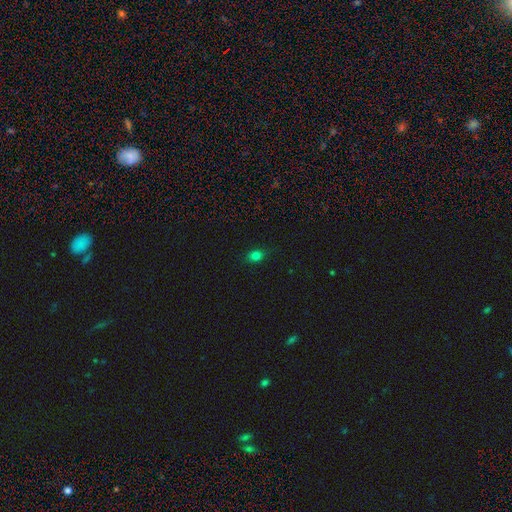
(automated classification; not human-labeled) Overall: smooth (78%). How rounded: in between (59%; round 39%). Merging: none (83%).